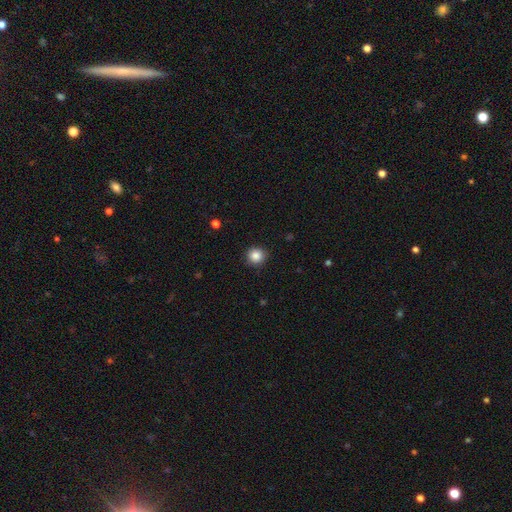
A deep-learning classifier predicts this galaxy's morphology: smooth 86%, star or artifact 10%, featured or disk 4%. Down the decision tree: how rounded — round (91%); merging — none (90%).